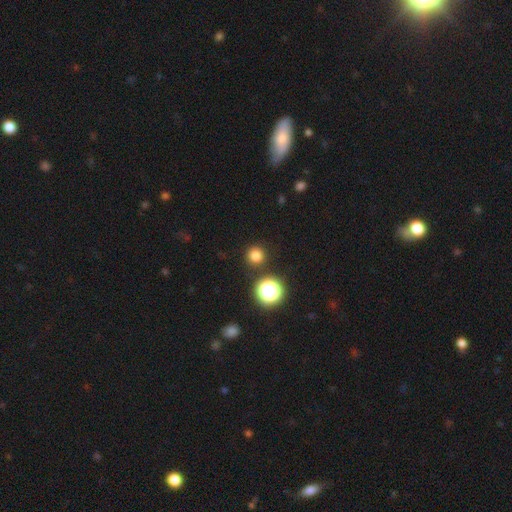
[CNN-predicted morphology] Q: Smooth or featured?
A: smooth (78%); runner-up: star or artifact (18%)
Q: How rounded?
A: round (95%); runner-up: in between (4%)
Q: Merging?
A: none (90%); runner-up: minor disturbance (5%)